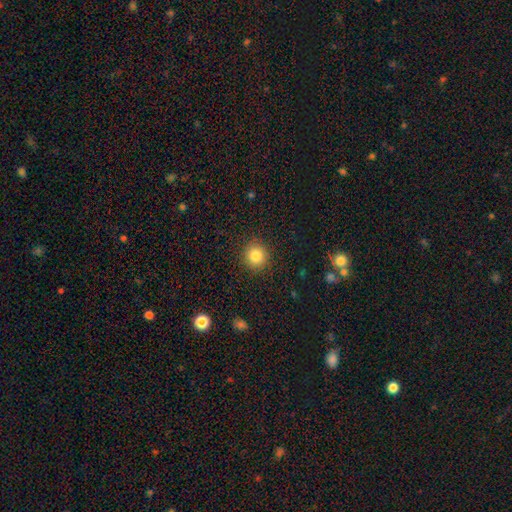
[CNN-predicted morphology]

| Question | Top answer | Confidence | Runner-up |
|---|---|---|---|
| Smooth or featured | smooth | 83% | star or artifact (11%) |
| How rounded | round | 92% | in between (7%) |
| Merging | none | 90% | minor disturbance (6%) |